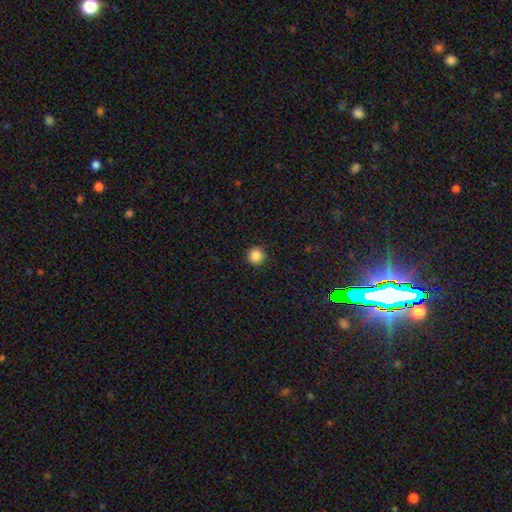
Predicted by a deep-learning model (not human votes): This appears to be a smooth galaxy with no disk features (86%) that is round (96%). Merging: none (91%).